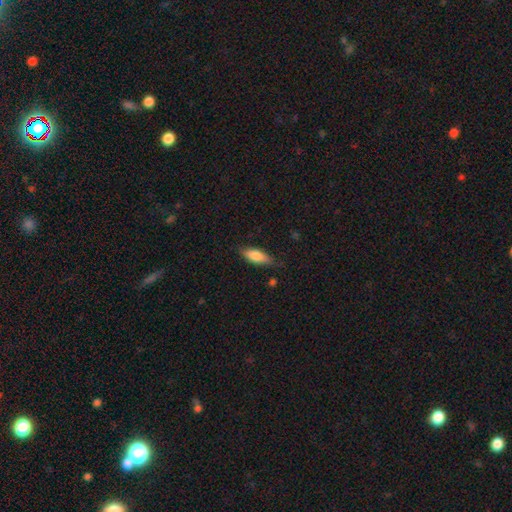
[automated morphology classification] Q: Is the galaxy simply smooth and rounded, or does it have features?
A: smooth — 80%.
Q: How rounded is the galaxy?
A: in between — 71%.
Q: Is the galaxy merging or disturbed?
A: none — 72%.